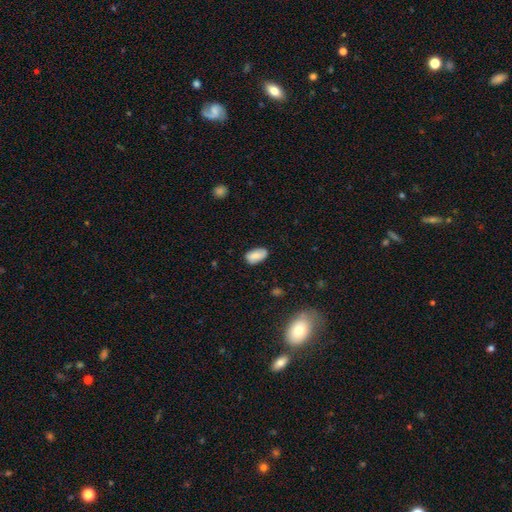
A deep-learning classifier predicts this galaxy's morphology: Smooth or featured: smooth — 79% (featured or disk — 13%)
How rounded: in between — 94% (round — 4%)
Merging: none — 78% (minor disturbance — 17%)